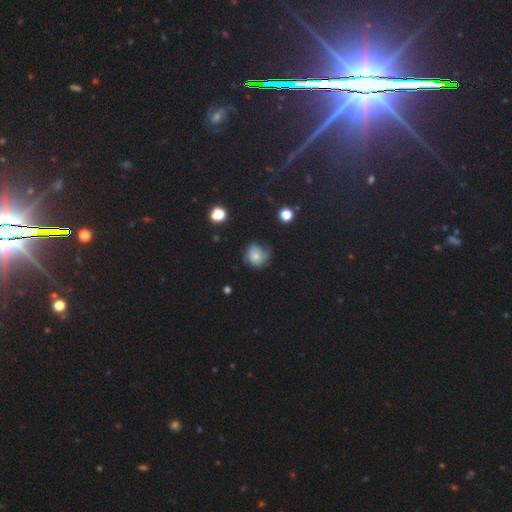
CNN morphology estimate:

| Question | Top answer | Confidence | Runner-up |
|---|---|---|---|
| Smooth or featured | smooth | 63% | featured or disk (23%) |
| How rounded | round | 76% | in between (23%) |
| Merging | none | 44% | minor disturbance (35%) |